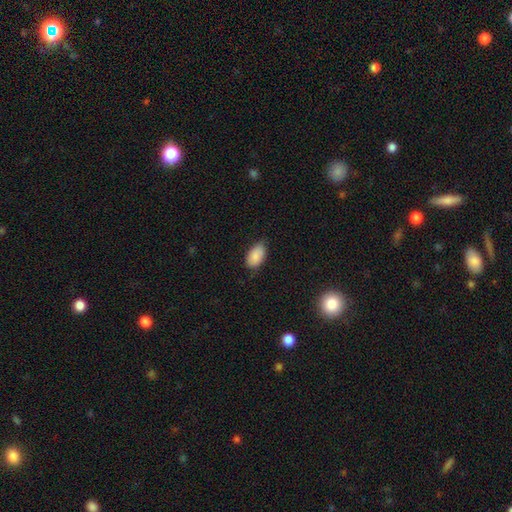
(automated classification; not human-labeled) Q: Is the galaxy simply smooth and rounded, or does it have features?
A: smooth — 87%.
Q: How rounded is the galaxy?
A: in between — 93%.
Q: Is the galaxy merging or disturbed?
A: none — 73%.